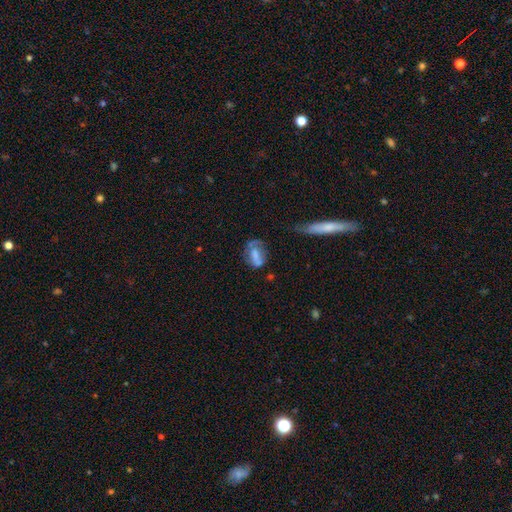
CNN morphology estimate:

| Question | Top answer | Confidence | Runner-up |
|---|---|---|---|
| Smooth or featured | smooth | 53% | featured or disk (37%) |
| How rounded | in between | 76% | round (20%) |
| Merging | none | 37% | minor disturbance (28%) |